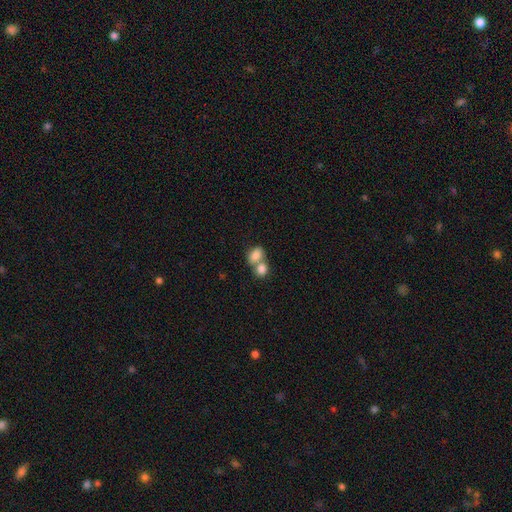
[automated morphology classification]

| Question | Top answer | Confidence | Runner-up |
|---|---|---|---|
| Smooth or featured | smooth | 81% | featured or disk (11%) |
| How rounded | in between | 67% | round (31%) |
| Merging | merger | 66% | none (24%) |